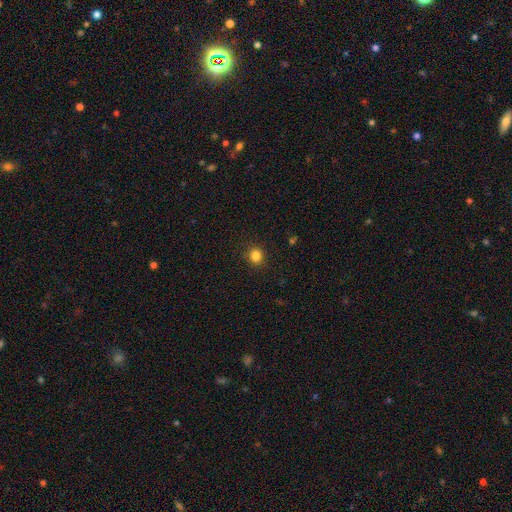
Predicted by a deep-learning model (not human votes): smooth-or-featured: smooth: 83% | star or artifact: 12% | featured or disk: 4%
  how-rounded: round: 88% | in between: 11% | cigar-shaped: 1%
  merging: none: 90% | minor disturbance: 7% | major disturbance: 2% | merger: 1%